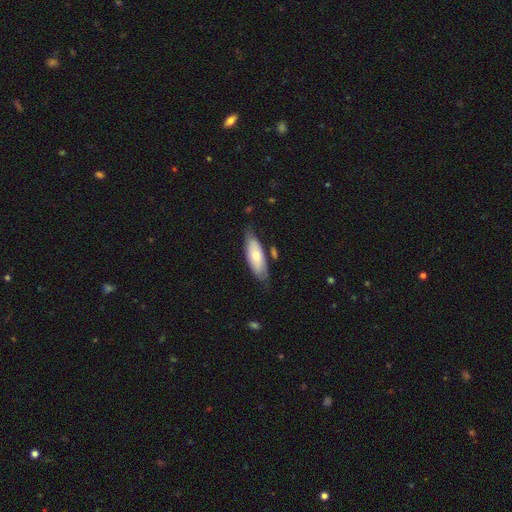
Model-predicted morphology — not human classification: smooth 63%, featured or disk 31%, star or artifact 6%. Down the decision tree: how rounded — in between (71%); merging — none (71%).